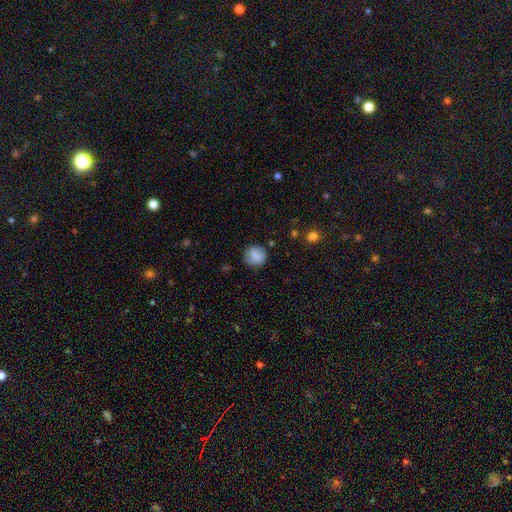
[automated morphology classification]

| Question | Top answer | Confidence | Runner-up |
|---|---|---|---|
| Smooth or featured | smooth | 78% | featured or disk (14%) |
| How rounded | round | 85% | in between (14%) |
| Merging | none | 79% | minor disturbance (15%) |